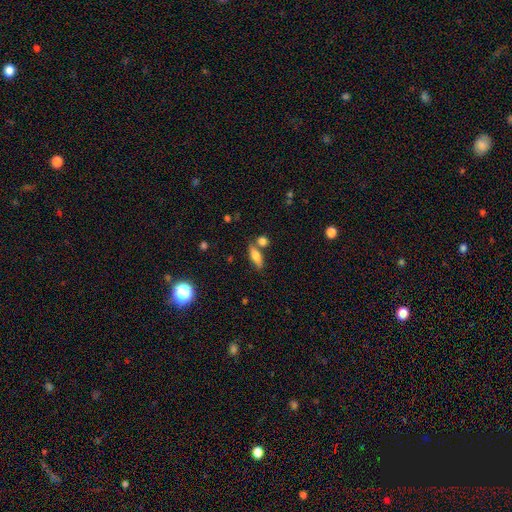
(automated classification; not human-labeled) This is likely a smooth galaxy (69%). How rounded: likely in between (60%). Merging: likely none (65%).